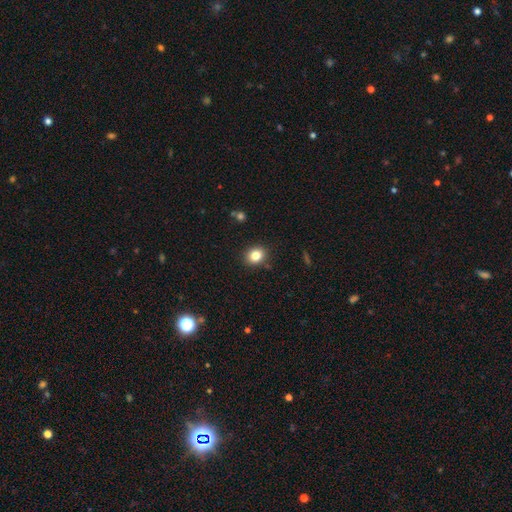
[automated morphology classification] type=smooth (82%); roundness=round (61%); merging=none (88%).